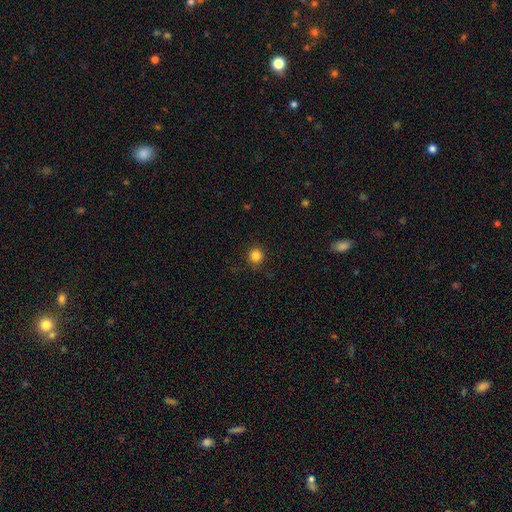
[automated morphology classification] This is clearly a smooth galaxy (84%). How rounded: clearly round (92%). Merging: clearly none (89%).